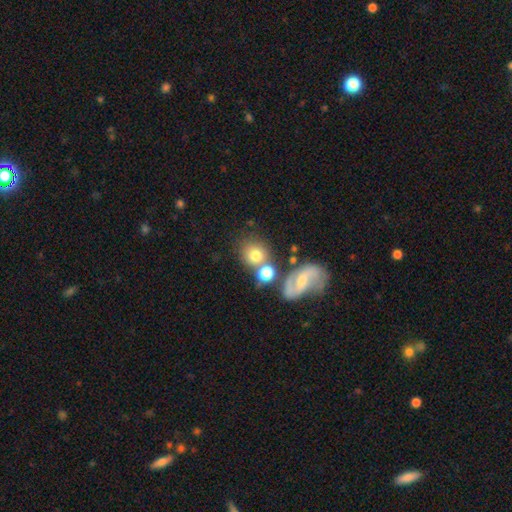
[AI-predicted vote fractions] Overall: smooth (67%). How rounded: round (76%). Merging: none (54%; merger 27%).